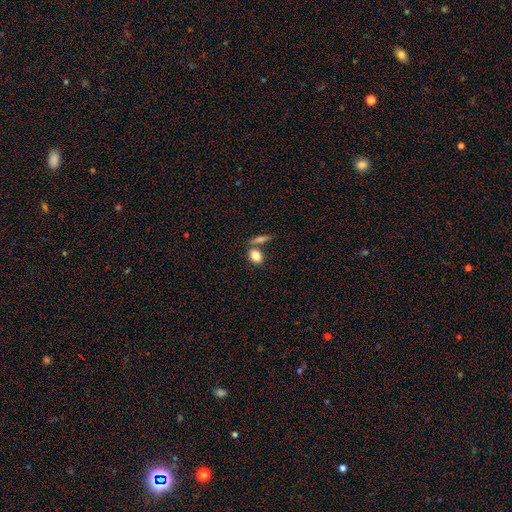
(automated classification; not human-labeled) smooth_or_featured: smooth (p=0.84) [alt: featured or disk p=0.09]
how_rounded: in between (p=0.76) [alt: round p=0.20]
merging: none (p=0.58) [alt: merger p=0.26]